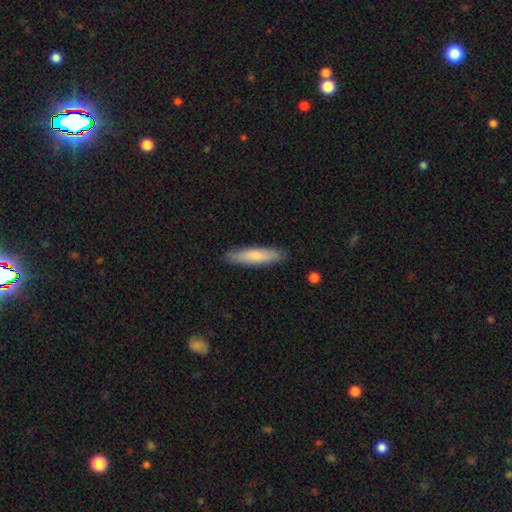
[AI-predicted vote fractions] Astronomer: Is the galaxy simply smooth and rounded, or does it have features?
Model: smooth — 75%.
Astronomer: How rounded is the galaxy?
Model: cigar-shaped — 81%.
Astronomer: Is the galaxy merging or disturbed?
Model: none — 88%.